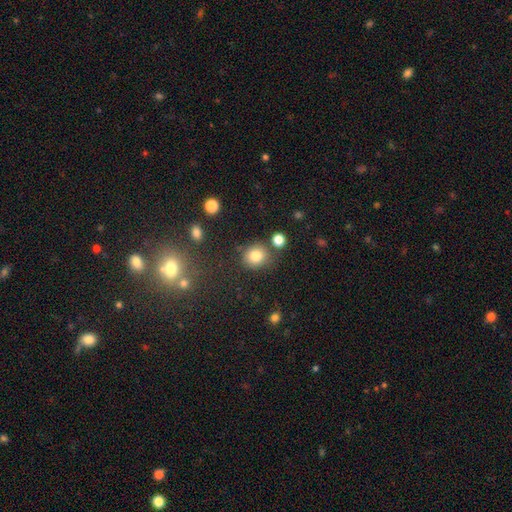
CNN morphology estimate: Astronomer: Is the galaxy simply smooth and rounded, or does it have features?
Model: smooth — 81%.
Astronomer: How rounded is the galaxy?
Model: round — 81%.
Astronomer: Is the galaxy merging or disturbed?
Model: none — 76%.